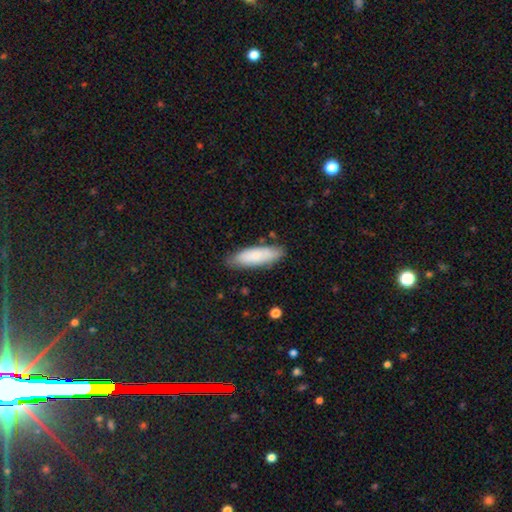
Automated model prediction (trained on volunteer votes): Q: Smooth or featured?
A: smooth (81%); runner-up: featured or disk (13%)
Q: How rounded?
A: in between (50%); runner-up: cigar-shaped (48%)
Q: Merging?
A: none (82%); runner-up: minor disturbance (14%)